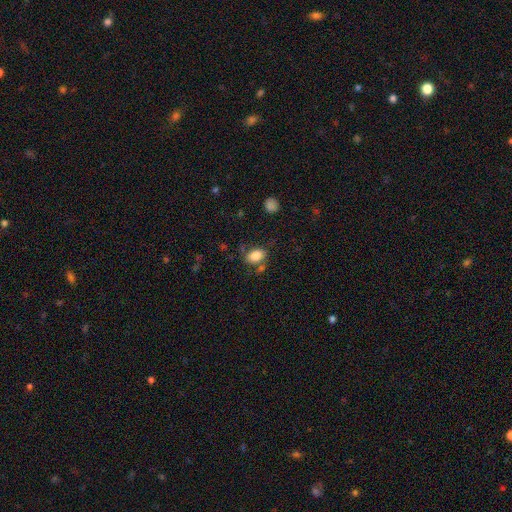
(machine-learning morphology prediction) Smooth or featured: smooth — 83% (star or artifact — 9%)
How rounded: in between — 83% (round — 15%)
Merging: none — 67% (minor disturbance — 16%)